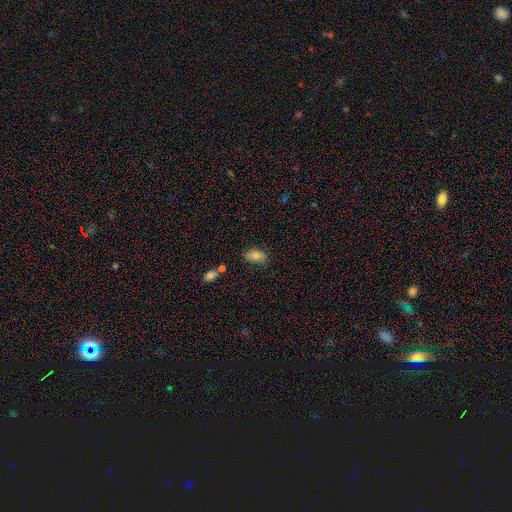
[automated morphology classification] The model was most divided on "merging": none: 71%, minor disturbance: 21%, major disturbance: 5%, merger: 3%. More confident: how rounded — in between (87%); smooth or featured — smooth (73%).